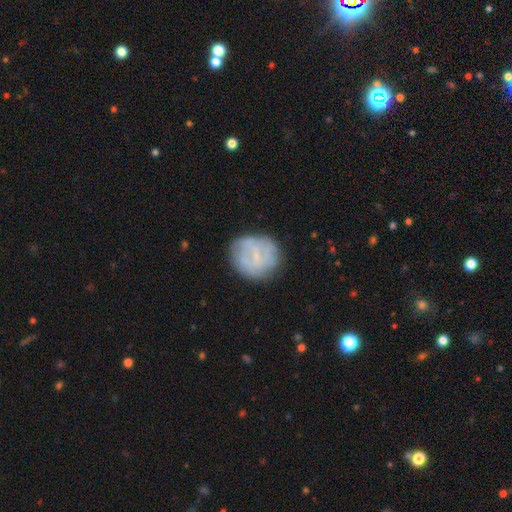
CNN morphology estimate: The model was most divided on "smooth or featured": featured or disk: 50%, smooth: 42%, star or artifact: 9%. More confident: merging — none (69%).